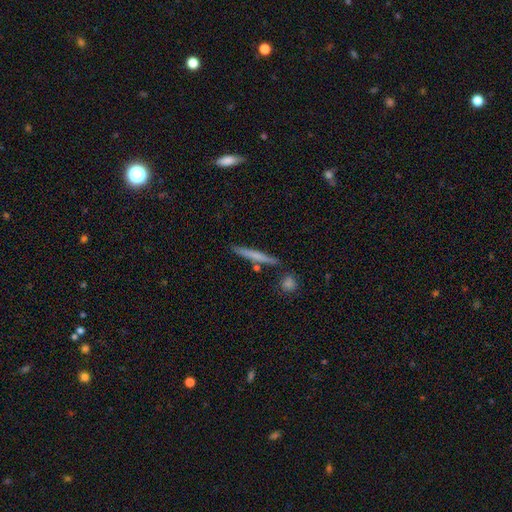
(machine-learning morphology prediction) Smooth or featured? Predicted: smooth (p=0.62). How rounded? Predicted: cigar-shaped (p=0.95). Merging? Predicted: none (p=0.85).